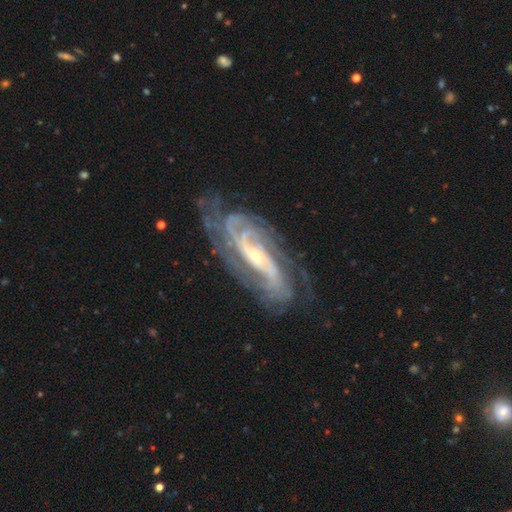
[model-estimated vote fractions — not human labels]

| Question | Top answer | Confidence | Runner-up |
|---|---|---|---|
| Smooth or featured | featured or disk | 89% | star or artifact (6%) |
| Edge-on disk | no | 91% | yes (9%) |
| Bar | no | 41% | weak (36%) |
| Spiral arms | yes | 97% | no (3%) |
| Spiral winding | tight | 56% | medium (35%) |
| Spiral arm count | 2 | 36% | can't tell (23%) |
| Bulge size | small | 61% | moderate (34%) |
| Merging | none | 73% | minor disturbance (18%) |